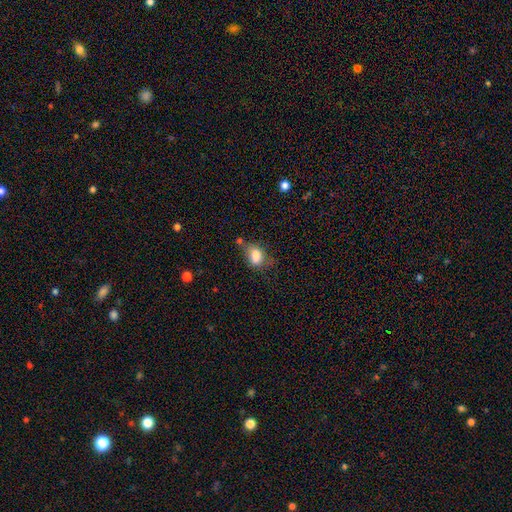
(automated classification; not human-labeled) smooth_or_featured: smooth (p=0.80) [alt: featured or disk p=0.10]
how_rounded: in between (p=0.79) [alt: round p=0.19]
merging: none (p=0.41) [alt: minor disturbance p=0.31]